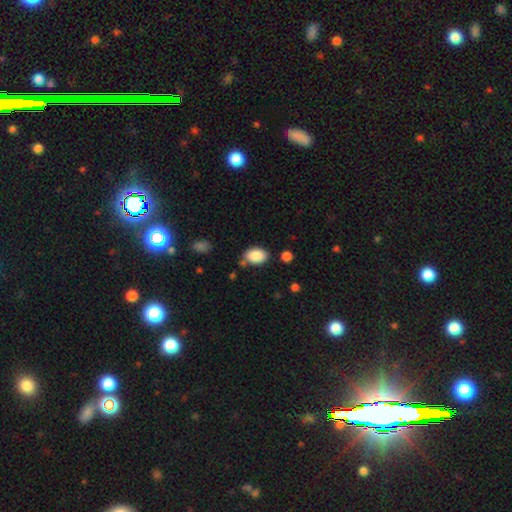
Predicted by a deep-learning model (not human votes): Q: Smooth or featured?
A: smooth (88%); runner-up: star or artifact (7%)
Q: How rounded?
A: in between (87%); runner-up: round (12%)
Q: Merging?
A: none (74%); runner-up: minor disturbance (16%)